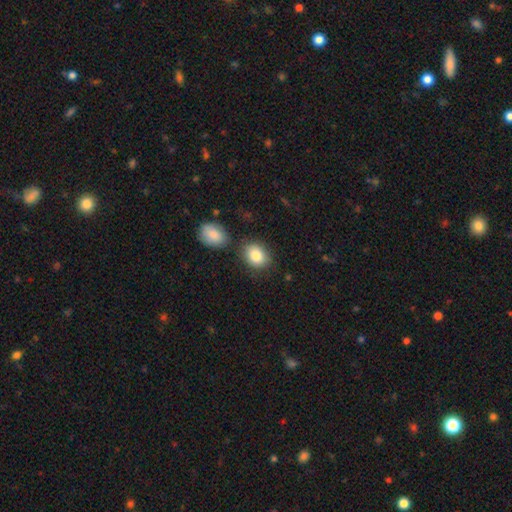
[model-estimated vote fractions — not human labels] smooth_or_featured: smooth (p=0.84) [alt: featured or disk p=0.08]
how_rounded: in between (p=0.57) [alt: round p=0.42]
merging: none (p=0.73) [alt: minor disturbance p=0.13]